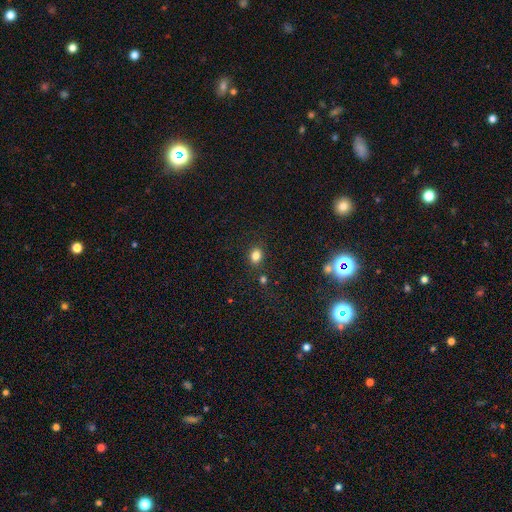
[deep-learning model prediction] This is clearly a smooth galaxy (81%). How rounded: possibly in between (55%). Merging: clearly none (81%).